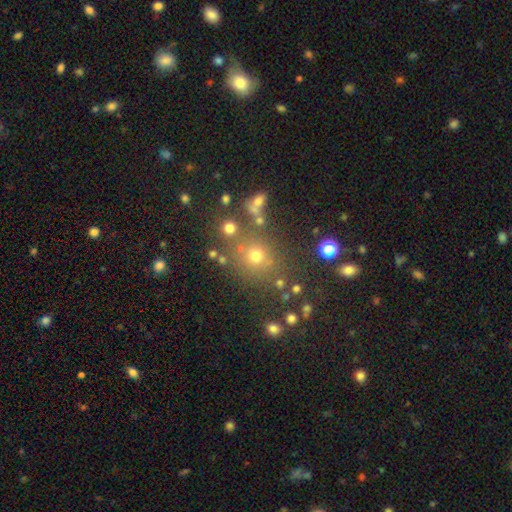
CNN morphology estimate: This appears to be a smooth galaxy with no disk features (64%) that is round (86%). Merging: none (73%).